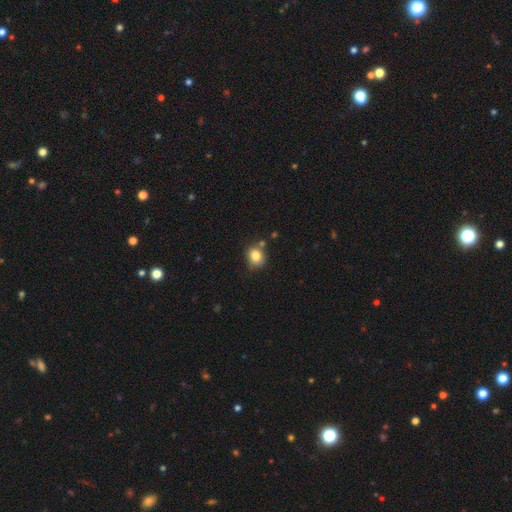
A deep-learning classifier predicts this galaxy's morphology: smooth-or-featured: smooth: 82% | star or artifact: 10% | featured or disk: 8%
  how-rounded: round: 70% | in between: 29% | cigar-shaped: 1%
  merging: none: 70% | minor disturbance: 16% | merger: 10% | major disturbance: 4%